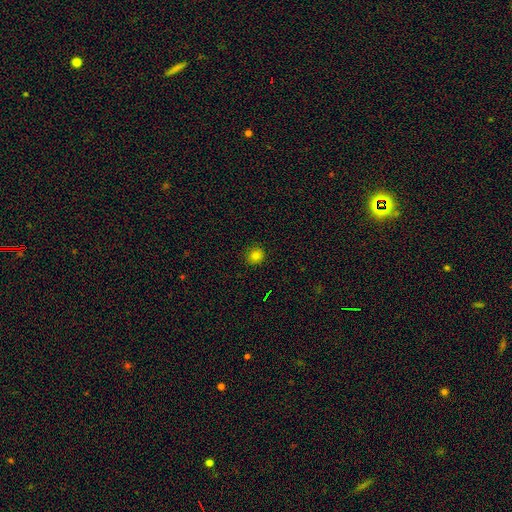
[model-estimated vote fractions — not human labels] This appears to be a smooth galaxy with no disk features (80%) that is round (82%). Merging: none (90%).